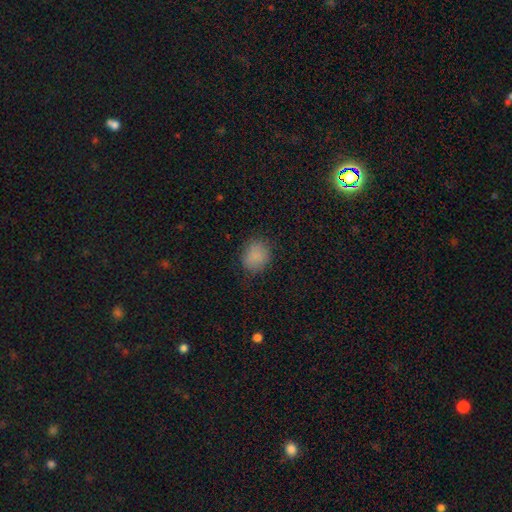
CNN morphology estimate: A smooth galaxy with no disk features (84%) that is round (67%).

Vote fractions:
- Smooth or featured? smooth: 84% / star or artifact: 11% / featured or disk: 5%
- How rounded? round: 67% / in between: 32% / cigar-shaped: 1%
- Merging? none: 80% / minor disturbance: 15% / major disturbance: 5% / merger: 1%